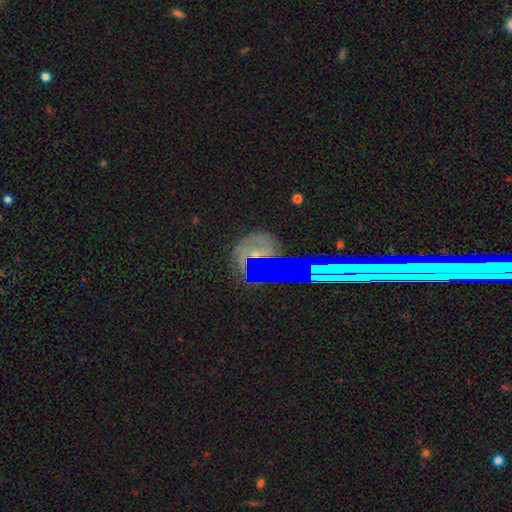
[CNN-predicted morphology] This is marginally a featured or disk galaxy (44%). Merging: likely none (68%).